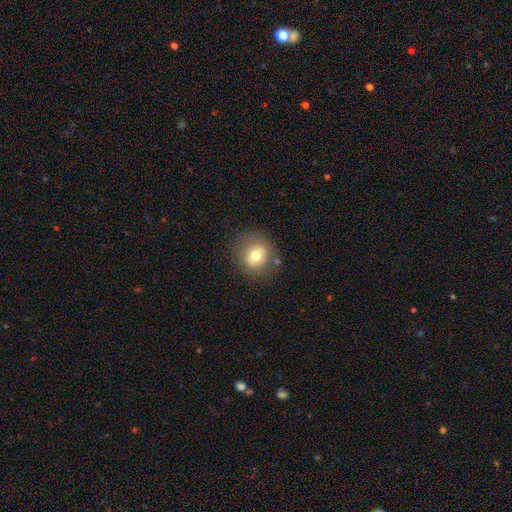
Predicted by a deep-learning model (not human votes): Q: Smooth or featured?
A: smooth (69%); runner-up: featured or disk (20%)
Q: How rounded?
A: round (80%); runner-up: in between (19%)
Q: Merging?
A: none (78%); runner-up: minor disturbance (13%)